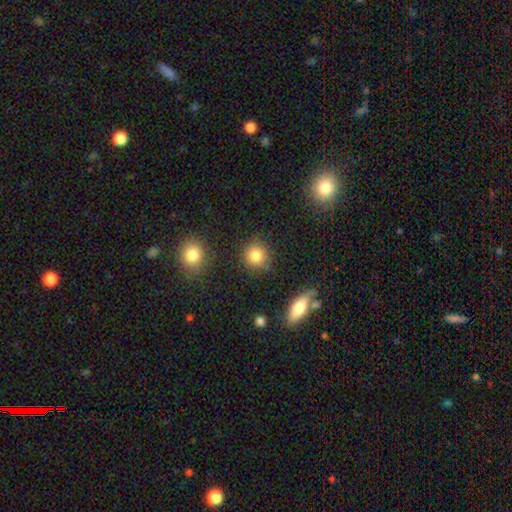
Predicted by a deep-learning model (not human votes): Smooth or featured? smooth (84%)
How rounded? round (89%)
Merging? none (85%)